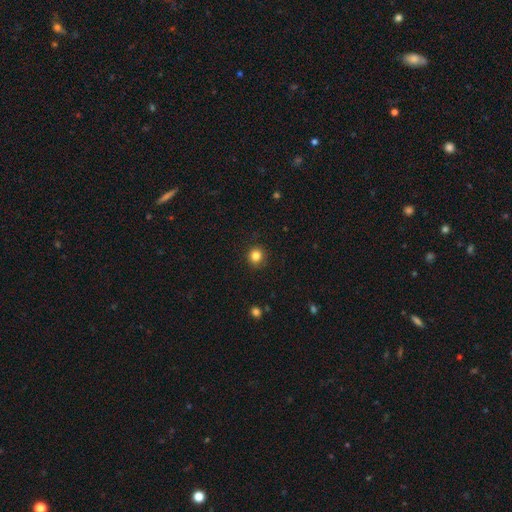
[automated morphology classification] This appears to be a smooth galaxy with no disk features (83%) that is round (92%). Merging: none (92%).